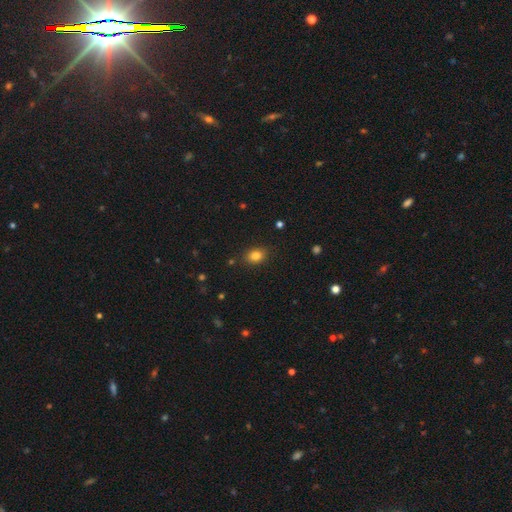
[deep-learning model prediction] smooth 82%, star or artifact 11%, featured or disk 7%. Down the decision tree: how rounded — in between (63%); merging — none (85%).